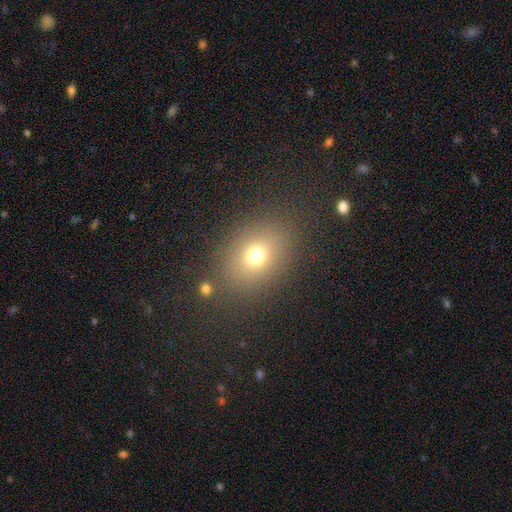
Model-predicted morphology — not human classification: Smooth or featured?
  - smooth: 71% *
  - star or artifact: 17%
  - featured or disk: 12%
How rounded?
  - in between: 57% *
  - round: 41%
  - cigar-shaped: 1%
Merging?
  - none: 82% *
  - minor disturbance: 10%
  - major disturbance: 5%
  - merger: 3%